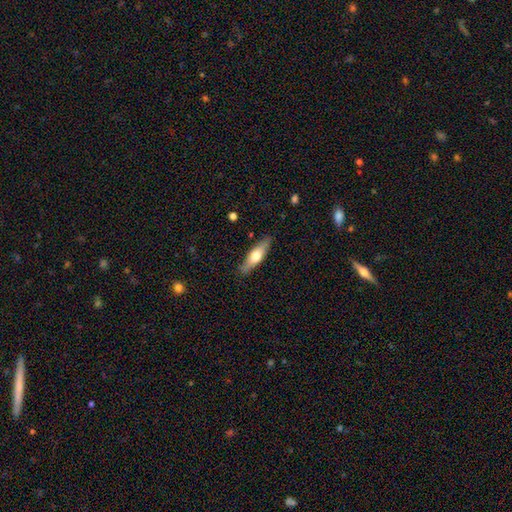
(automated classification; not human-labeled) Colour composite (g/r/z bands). It shows a smooth galaxy with no disk features (54%) that is cigar-shaped (59%). Merging: none (87%).